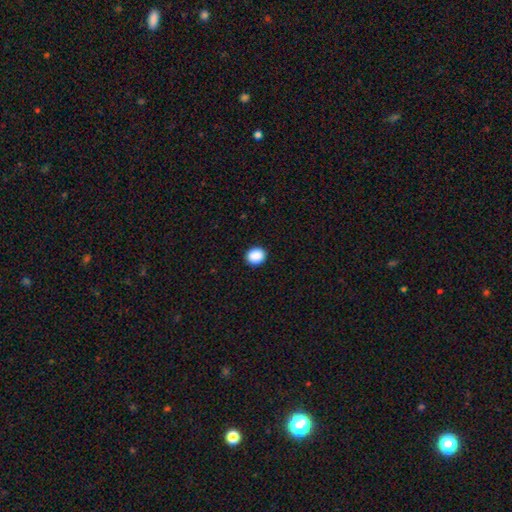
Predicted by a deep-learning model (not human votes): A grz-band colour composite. It shows a smooth galaxy with no disk features (90%) that is round (65%). Merging: none (91%).